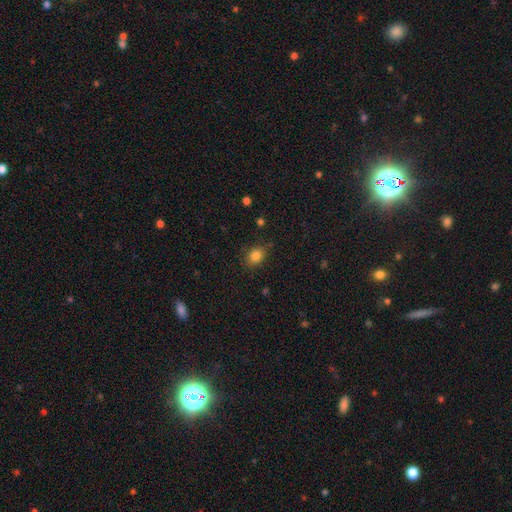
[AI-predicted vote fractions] Morphology: type=smooth (83%); roundness=in between (50%); merging=none (82%).